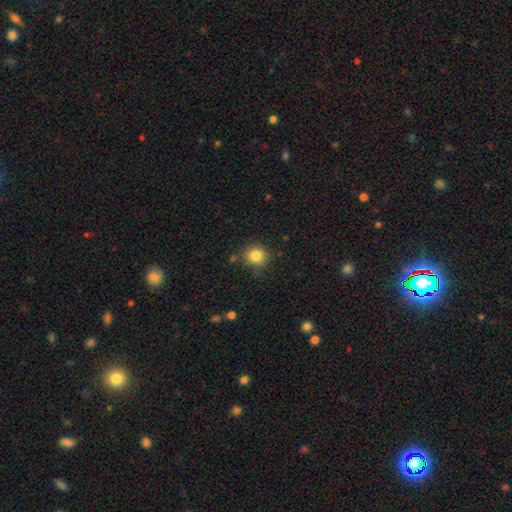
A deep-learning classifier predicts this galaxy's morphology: The model was most divided on "merging": none: 81%, minor disturbance: 12%, merger: 3%, major disturbance: 3%. More confident: how rounded — round (87%); smooth or featured — smooth (83%).